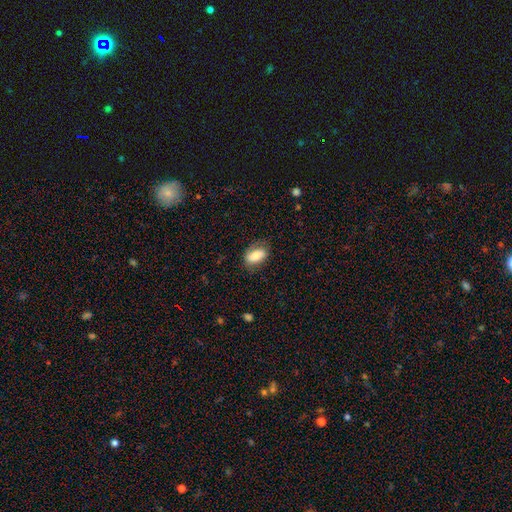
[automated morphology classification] This is likely a smooth galaxy (77%). How rounded: clearly in between (89%). Merging: likely none (71%).